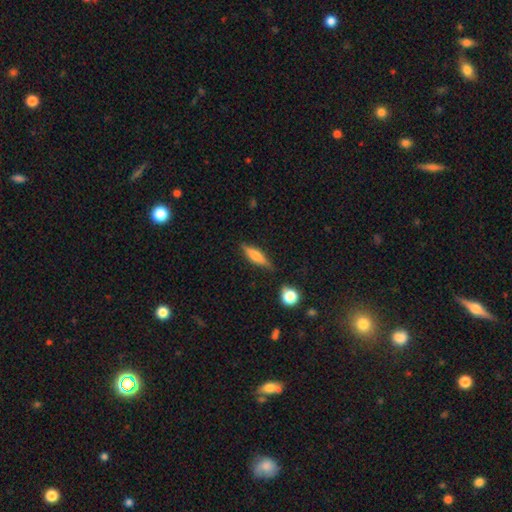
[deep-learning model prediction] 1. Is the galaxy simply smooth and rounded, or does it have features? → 53% smooth, 39% featured or disk, 8% star or artifact.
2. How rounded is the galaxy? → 60% cigar-shaped, 36% in between, 4% round.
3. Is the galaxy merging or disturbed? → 77% none, 15% minor disturbance, 4% major disturbance, 4% merger.